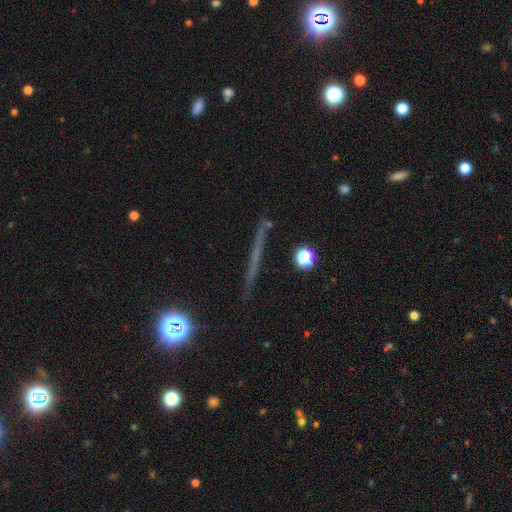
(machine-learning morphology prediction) type=featured or disk (53%); edge-on=yes (94%); edge-on bulge=none (83%); merging=none (88%).